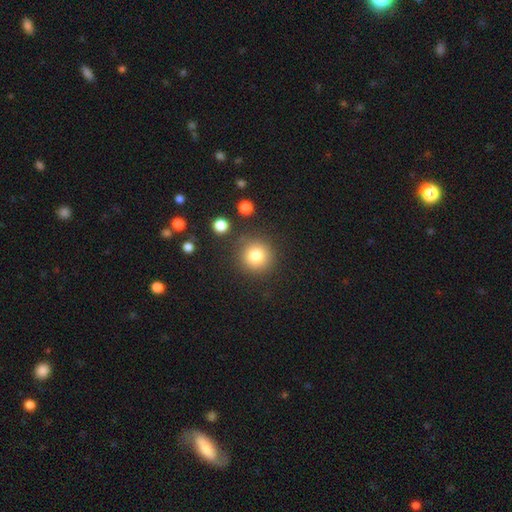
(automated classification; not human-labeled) Smooth or featured: smooth — 81% (star or artifact — 12%)
How rounded: round — 94% (in between — 5%)
Merging: none — 85% (minor disturbance — 8%)